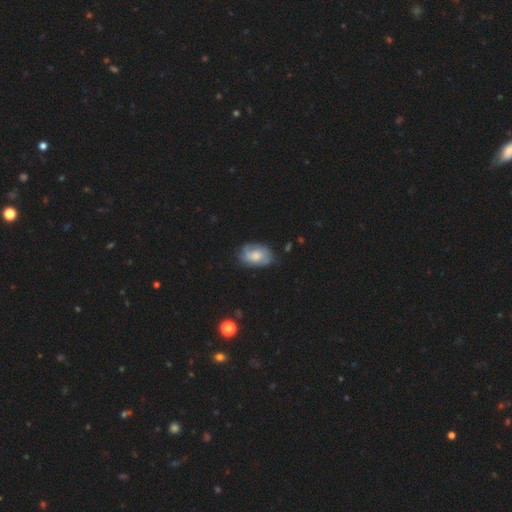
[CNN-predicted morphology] Q: Smooth or featured?
A: featured or disk (51%); runner-up: smooth (42%)
Q: Edge-on disk?
A: no (96%); runner-up: yes (4%)
Q: Merging?
A: none (66%); runner-up: minor disturbance (24%)